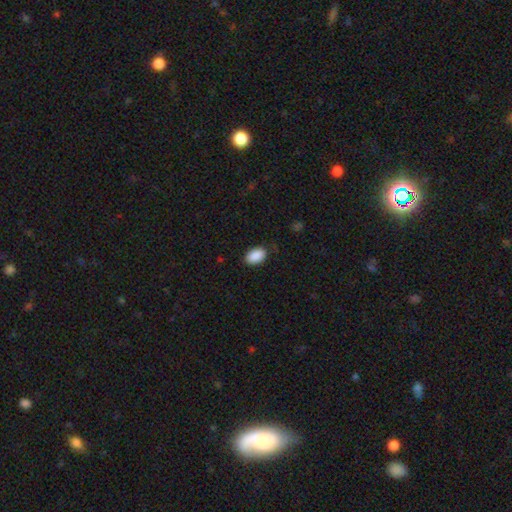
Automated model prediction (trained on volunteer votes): Overall: smooth (90%). How rounded: in between (91%). Merging: none (83%).